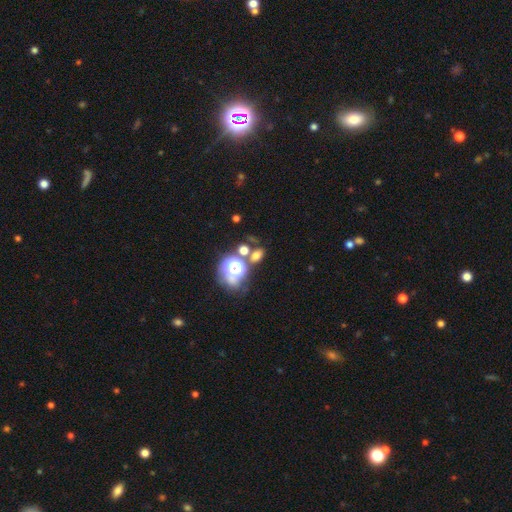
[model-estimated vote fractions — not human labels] Q: Smooth or featured?
A: smooth (59%); runner-up: star or artifact (28%)
Q: How rounded?
A: in between (57%); runner-up: round (40%)
Q: Merging?
A: none (61%); runner-up: merger (21%)